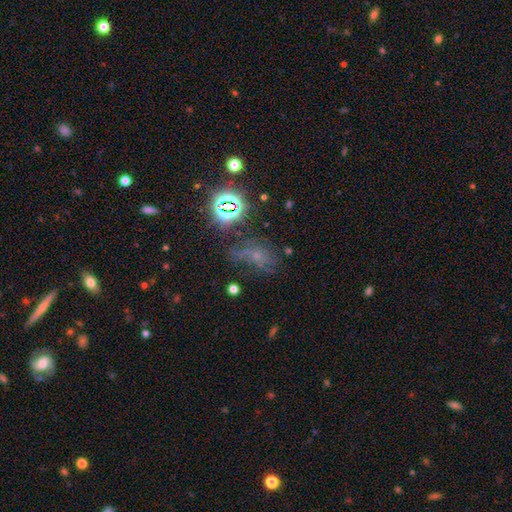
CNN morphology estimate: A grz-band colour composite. It shows a star or artifact, not a galaxy (46%).